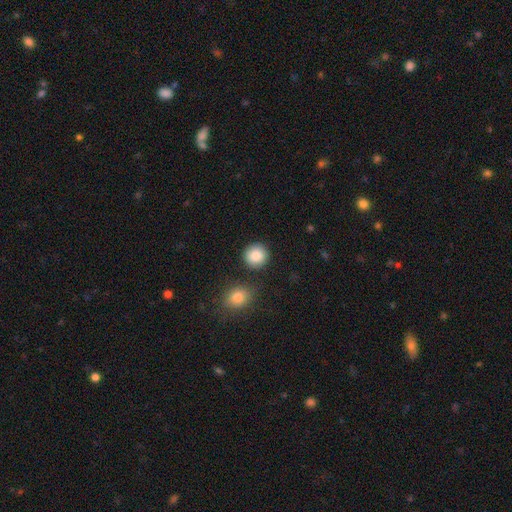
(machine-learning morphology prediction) Smooth or featured? Predicted: smooth (p=0.89). How rounded? Predicted: round (p=0.91). Merging? Predicted: none (p=0.84).